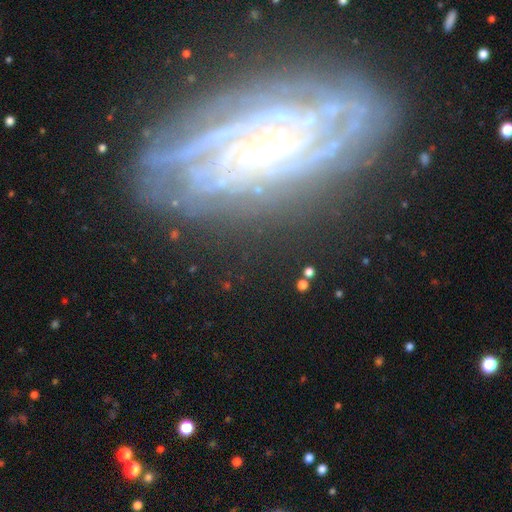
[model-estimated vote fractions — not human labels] A featured or disk galaxy (84%) with no bar (63%), tight (73%) spiral arms (96%) and a small central bulge (81%). Merging: none (77%).